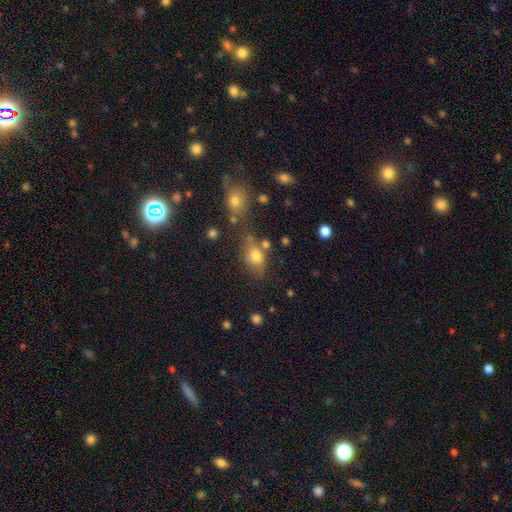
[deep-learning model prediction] Q: Smooth or featured?
A: smooth (72%); runner-up: featured or disk (14%)
Q: How rounded?
A: in between (63%); runner-up: round (34%)
Q: Merging?
A: none (57%); runner-up: minor disturbance (19%)